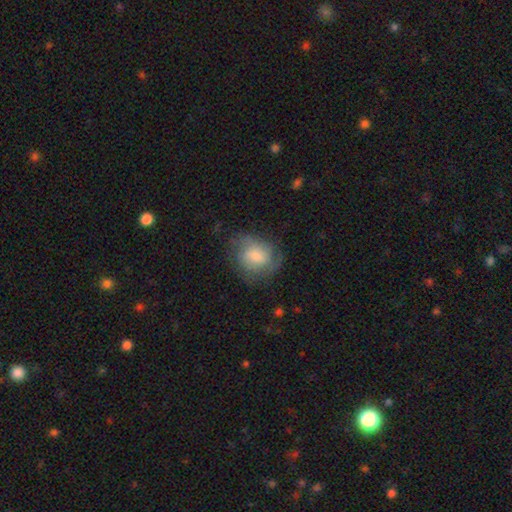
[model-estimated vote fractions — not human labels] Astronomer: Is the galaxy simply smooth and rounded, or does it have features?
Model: smooth — 50% (runner-up: featured or disk, 42%).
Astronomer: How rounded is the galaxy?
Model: round — 63%.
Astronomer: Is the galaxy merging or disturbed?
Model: none — 62%.